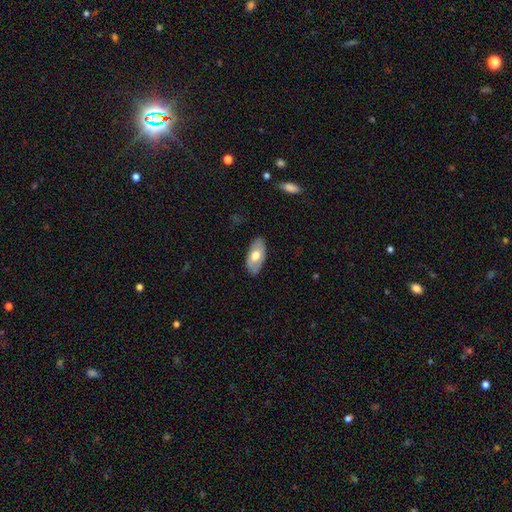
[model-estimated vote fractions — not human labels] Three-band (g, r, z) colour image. It shows a smooth galaxy with no disk features (56%) that is in between round and cigar-shaped (93%). Merging: none (83%).